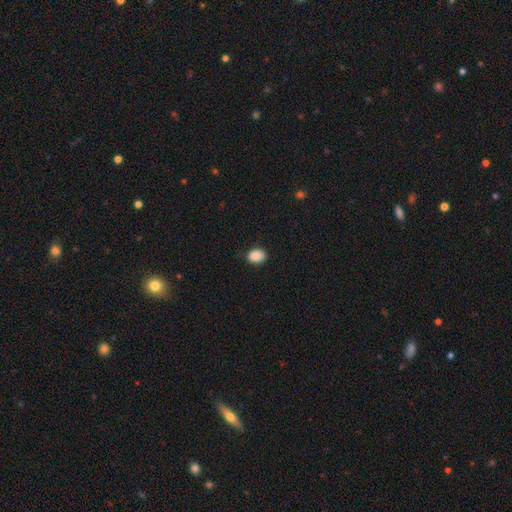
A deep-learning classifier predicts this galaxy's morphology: Smooth or featured: smooth — 89% (star or artifact — 8%)
How rounded: in between — 65% (round — 34%)
Merging: none — 82% (minor disturbance — 15%)